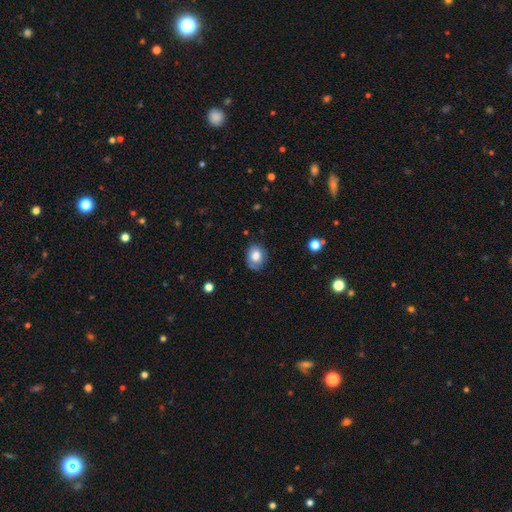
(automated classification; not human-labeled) smooth 78%, featured or disk 14%, star or artifact 9%. Down the decision tree: how rounded — in between (55%); merging — none (74%).